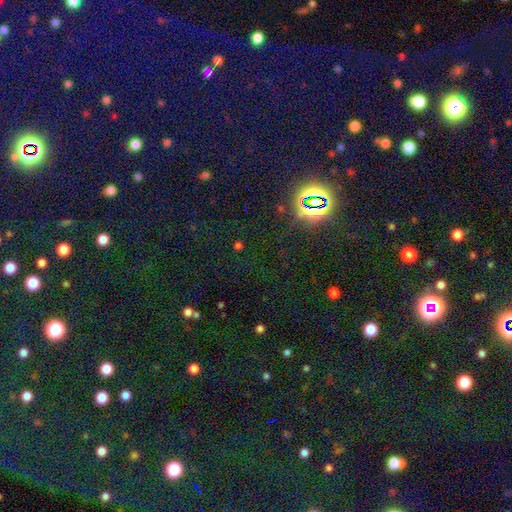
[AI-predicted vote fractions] star or artifact 81%, smooth 12%, featured or disk 7%.